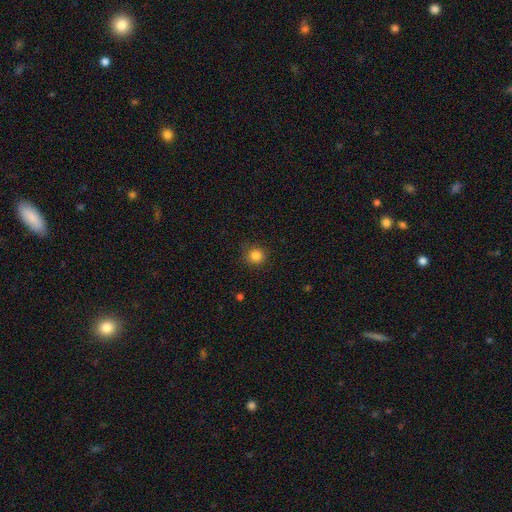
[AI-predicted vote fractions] A smooth galaxy with no disk features (85%) that is round (92%).

Vote fractions:
- Smooth or featured? smooth: 85% / star or artifact: 12% / featured or disk: 4%
- How rounded? round: 92% / in between: 7% / cigar-shaped: 1%
- Merging? none: 86% / minor disturbance: 10% / major disturbance: 3% / merger: 1%